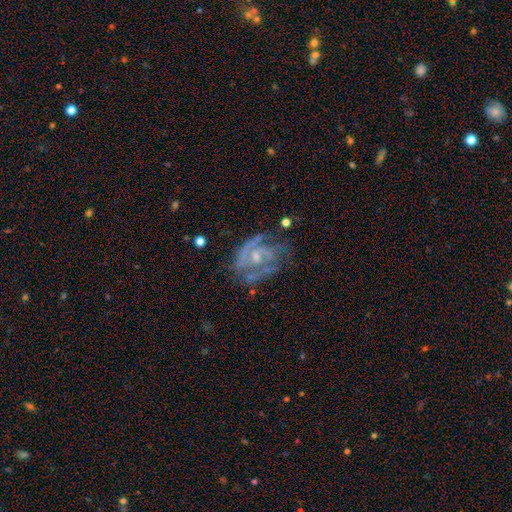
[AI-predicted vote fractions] This is clearly a featured or disk galaxy (81%). It is clearly not viewed edge-on (97%). Bar: possibly no (57%). Spiral arm pattern: clearly yes (87%). Spiral arm count: possibly 2 (50%). Spiral winding: marginally tight (44%). Central bulge: possibly small (51%). Merging: possibly none (57%).